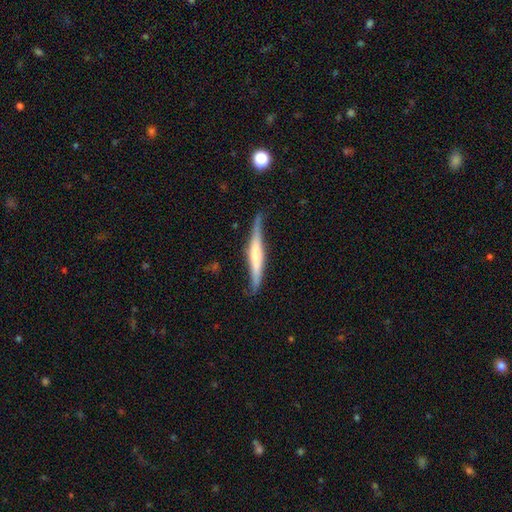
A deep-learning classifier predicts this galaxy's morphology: Overall: featured or disk (58%; smooth 37%). Edge-on disk: yes (91%). Edge-on bulge: rounded (42%; none 32%). Merging: none (68%).